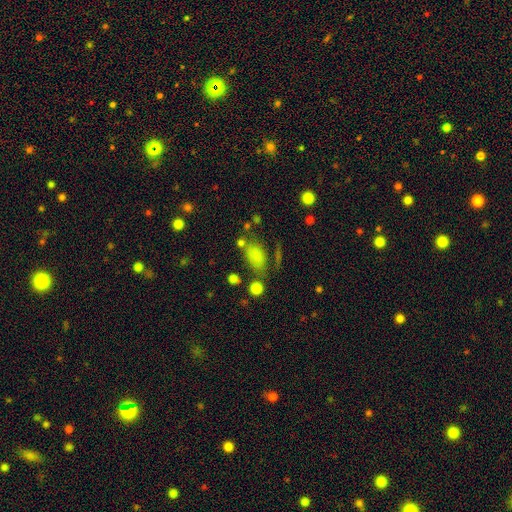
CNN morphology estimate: smooth-or-featured: smooth: 78% | star or artifact: 14% | featured or disk: 8%
  how-rounded: in between: 84% | round: 13% | cigar-shaped: 3%
  merging: none: 59% | minor disturbance: 20% | merger: 11% | major disturbance: 10%